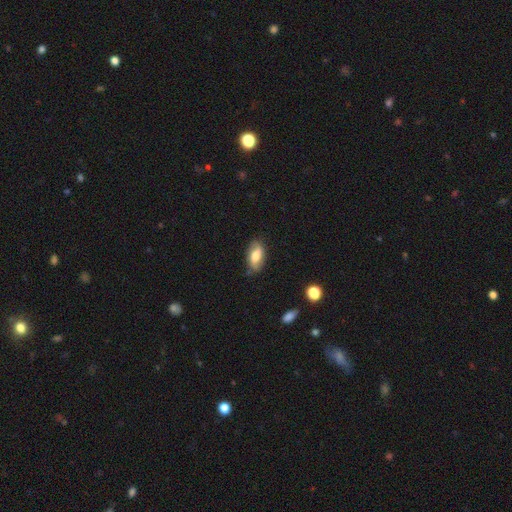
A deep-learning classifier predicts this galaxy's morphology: smooth 65%, featured or disk 28%, star or artifact 7%. Down the decision tree: how rounded — in between (91%); merging — none (77%).